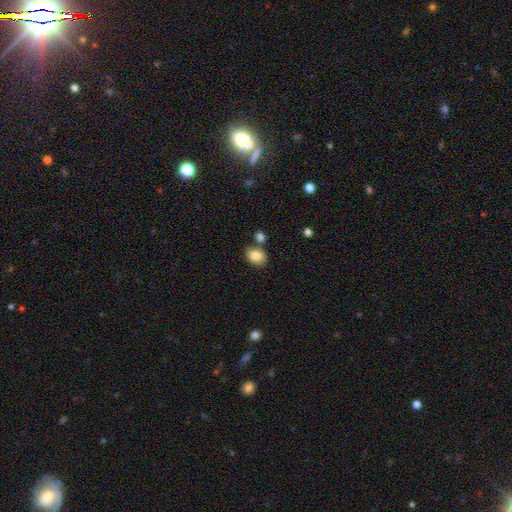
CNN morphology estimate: Smooth or featured?
  - smooth: 84% *
  - star or artifact: 8%
  - featured or disk: 7%
How rounded?
  - in between: 69% *
  - round: 30%
  - cigar-shaped: 1%
Merging?
  - none: 68% *
  - merger: 16%
  - minor disturbance: 13%
  - major disturbance: 3%